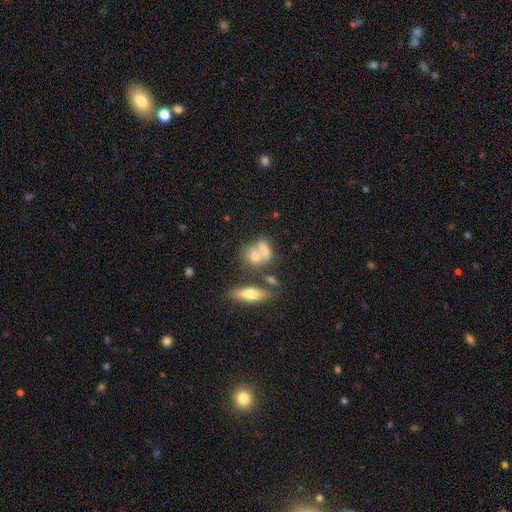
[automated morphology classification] Smooth or featured? Predicted: smooth (p=0.64). How rounded? Predicted: in between (p=0.55). Merging? Predicted: merger (p=0.43).